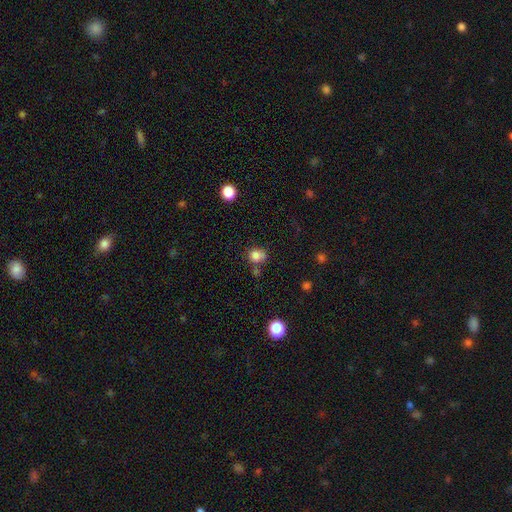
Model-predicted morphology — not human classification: This appears to be a smooth galaxy with no disk features (80%) that is round (74%). Merging: none (56%).